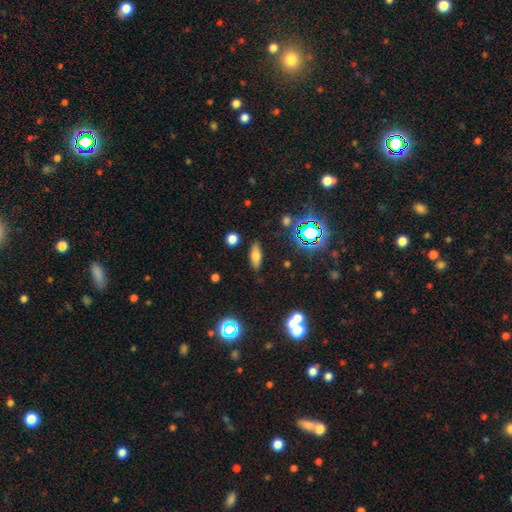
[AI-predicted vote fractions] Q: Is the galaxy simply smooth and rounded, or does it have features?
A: smooth — 66%.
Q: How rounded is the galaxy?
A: in between — 63%.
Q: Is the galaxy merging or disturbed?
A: none — 84%.